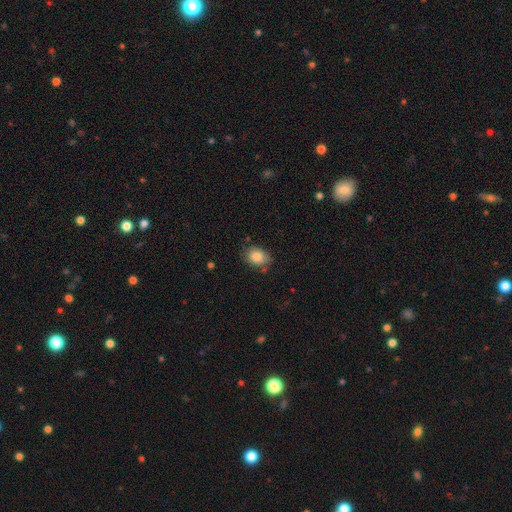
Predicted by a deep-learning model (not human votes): Smooth or featured?
  - smooth: 84% *
  - star or artifact: 8%
  - featured or disk: 8%
How rounded?
  - in between: 63% *
  - round: 36%
  - cigar-shaped: 1%
Merging?
  - none: 76% *
  - minor disturbance: 17%
  - major disturbance: 4%
  - merger: 3%